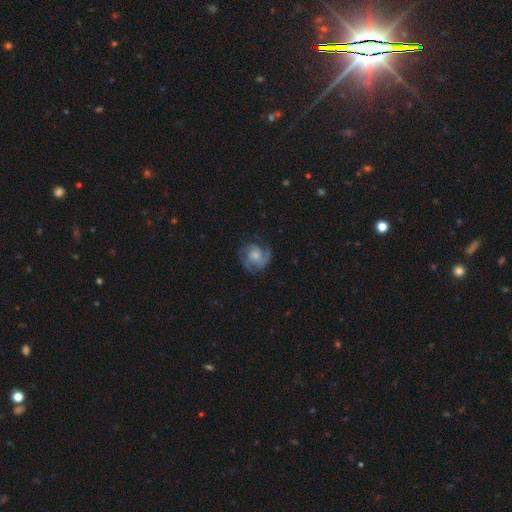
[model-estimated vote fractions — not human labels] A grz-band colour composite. It shows a featured or disk galaxy (79%) with no bar (72%), 3 (42%) medium (46%) spiral arms (96%) and a moderate central bulge (46%). Merging: none (73%).